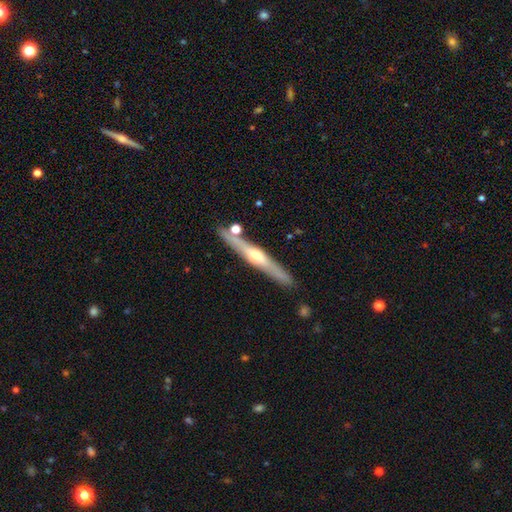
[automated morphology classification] type=featured or disk (71%); edge-on=yes (97%); edge-on bulge=rounded (90%); merging=none (85%).